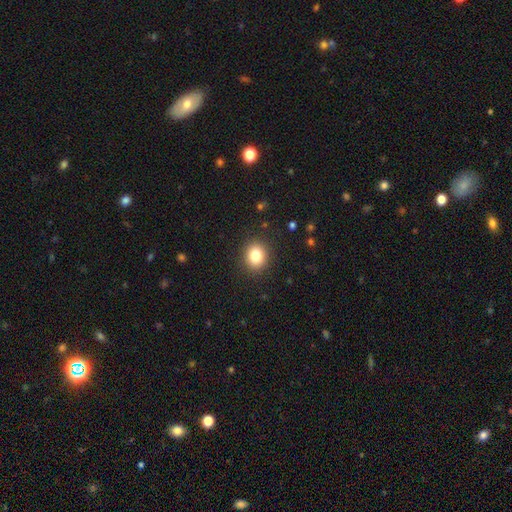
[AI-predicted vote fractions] Smooth or featured? smooth (82%)
How rounded? round (72%)
Merging? none (90%)